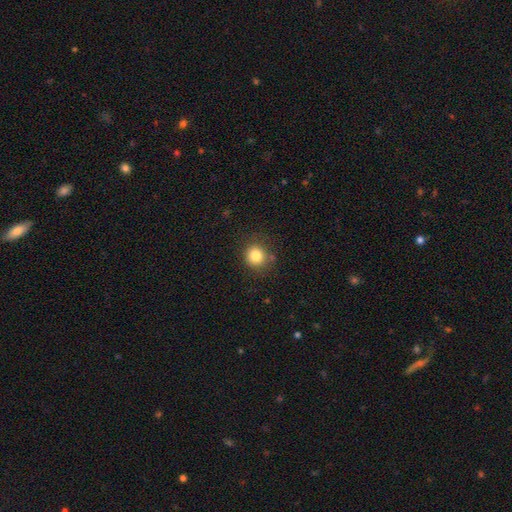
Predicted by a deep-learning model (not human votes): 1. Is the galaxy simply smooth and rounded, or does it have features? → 82% smooth, 11% star or artifact, 6% featured or disk.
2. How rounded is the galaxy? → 89% round, 10% in between, 1% cigar-shaped.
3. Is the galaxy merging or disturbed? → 83% none, 11% minor disturbance, 4% major disturbance, 3% merger.